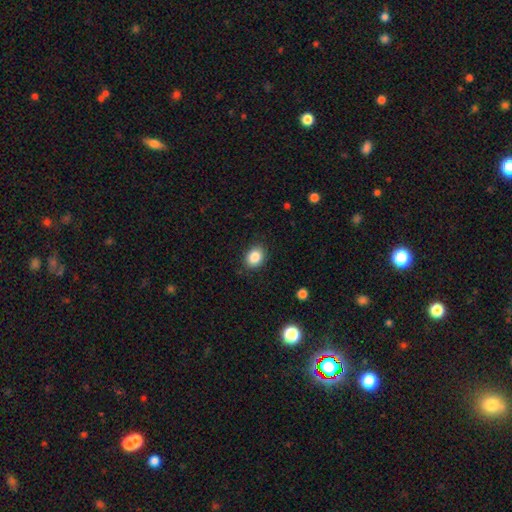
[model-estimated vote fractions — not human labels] The model was most divided on "how rounded": in between: 55%, round: 44%, cigar-shaped: 1%. More confident: merging — none (87%); smooth or featured — smooth (86%).